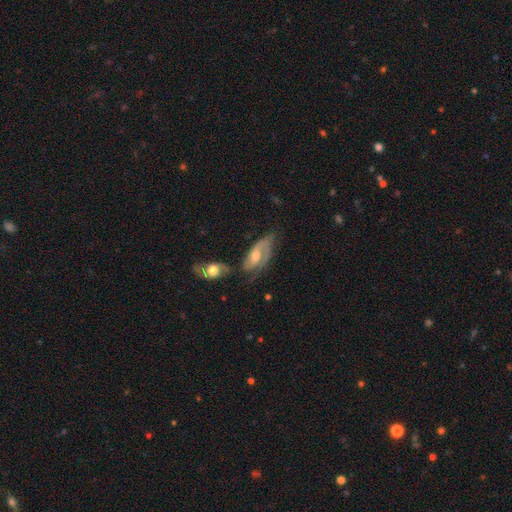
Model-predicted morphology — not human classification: Q: Smooth or featured?
A: featured or disk (75%); runner-up: smooth (19%)
Q: Edge-on disk?
A: no (91%); runner-up: yes (9%)
Q: Bar?
A: no (50%); runner-up: weak (39%)
Q: Spiral arms?
A: yes (90%); runner-up: no (10%)
Q: Spiral winding?
A: medium (43%); runner-up: tight (35%)
Q: Spiral arm count?
A: 2 (64%); runner-up: 1 (16%)
Q: Bulge size?
A: moderate (63%); runner-up: small (28%)
Q: Merging?
A: none (44%); runner-up: minor disturbance (25%)